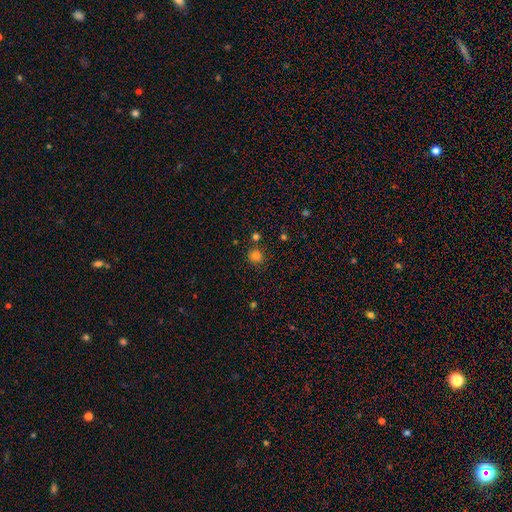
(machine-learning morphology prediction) Overall: smooth (81%). How rounded: round (91%). Merging: none (82%).